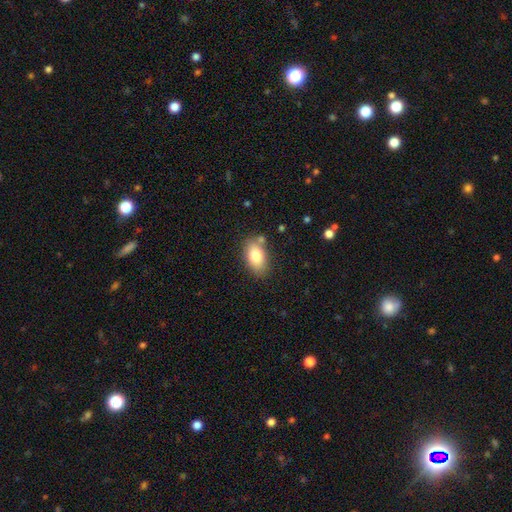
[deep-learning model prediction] smooth 80%, featured or disk 12%, star or artifact 8%. Down the decision tree: how rounded — in between (90%); merging — none (76%).